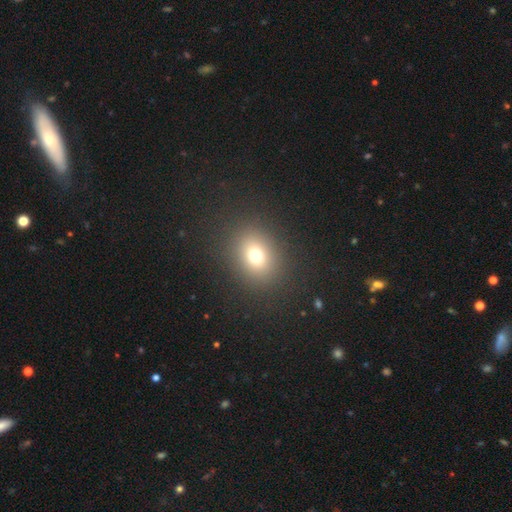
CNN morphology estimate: Overall: smooth (72%). How rounded: round (63%; in between 36%). Merging: none (87%).